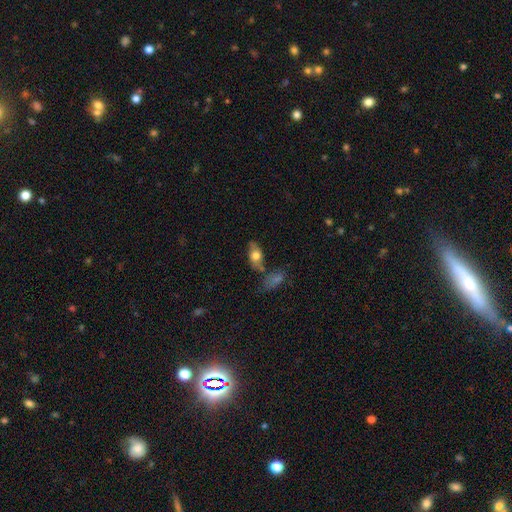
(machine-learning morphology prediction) Smooth or featured? Predicted: smooth (p=0.62). How rounded? Predicted: in between (p=0.82). Merging? Predicted: none (p=0.59).